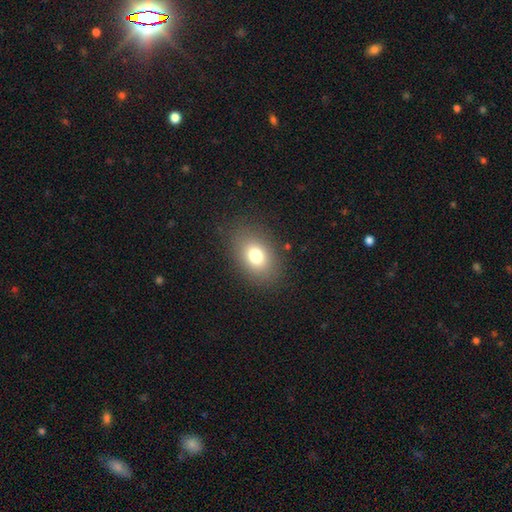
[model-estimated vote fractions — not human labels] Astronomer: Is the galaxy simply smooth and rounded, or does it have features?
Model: smooth — 76%.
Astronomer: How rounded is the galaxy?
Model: in between — 74%.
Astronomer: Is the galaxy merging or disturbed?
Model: none — 84%.